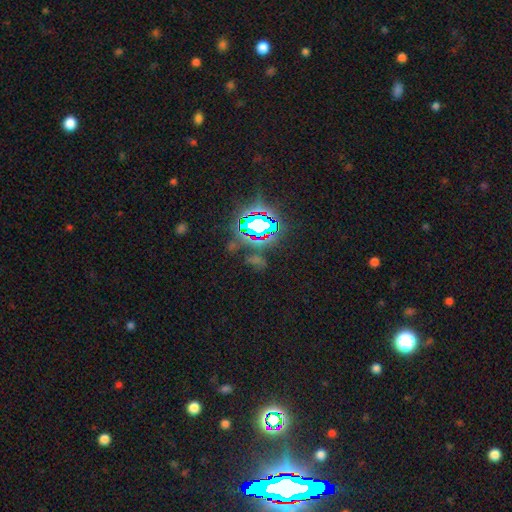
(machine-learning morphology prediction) A star or artifact, not a galaxy (78%).

Vote fractions:
- Smooth or featured? star or artifact: 78% / smooth: 14% / featured or disk: 9%